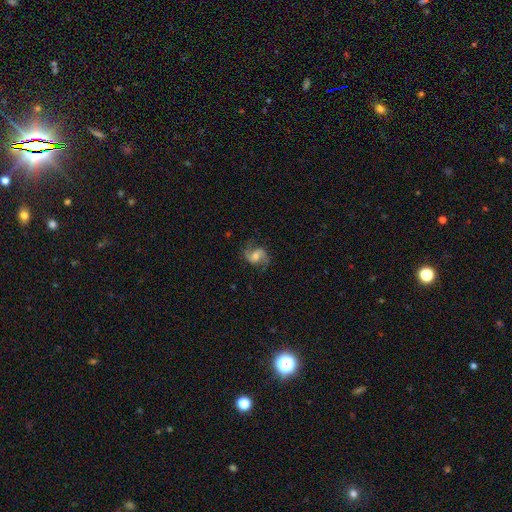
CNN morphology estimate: type=featured or disk (81%); edge-on=no (98%); bar=weak (46%); spiral arms=yes (96%); winding=medium (47%); arm count=2 (92%); bulge=moderate (52%); merging=none (76%).